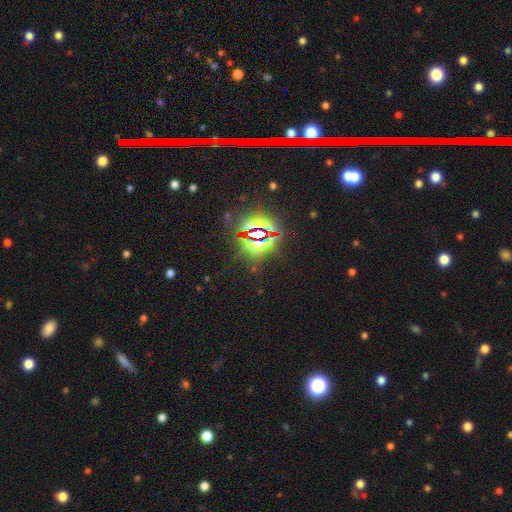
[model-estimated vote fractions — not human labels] Q: Smooth or featured?
A: star or artifact (82%); runner-up: smooth (10%)